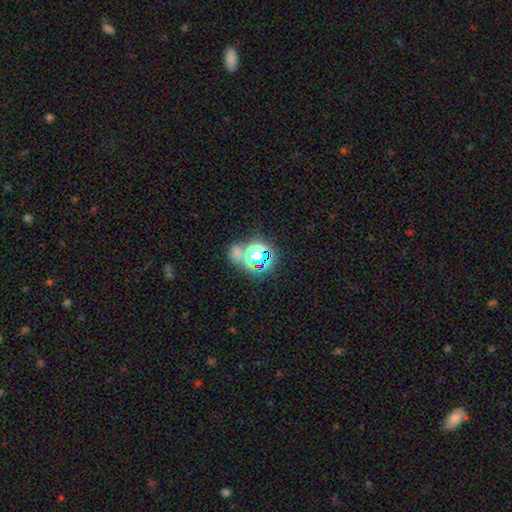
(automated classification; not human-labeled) Smooth or featured? star or artifact (56%)